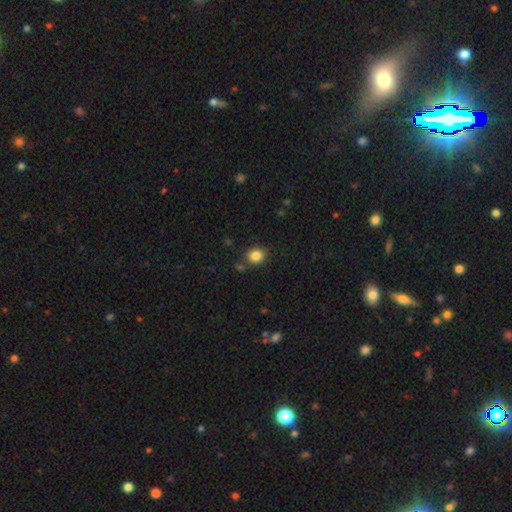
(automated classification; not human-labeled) Morphology: type=smooth (85%); roundness=round (77%); merging=none (82%).